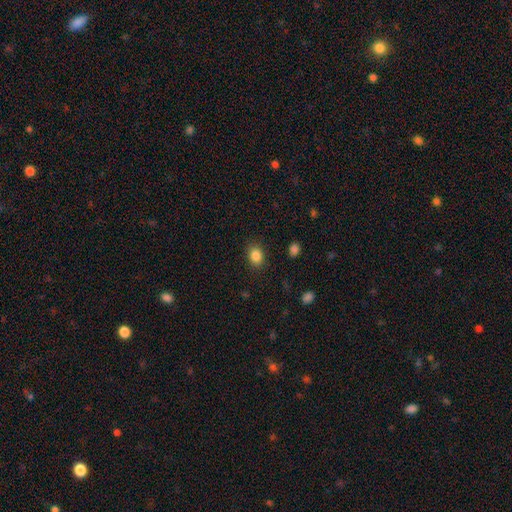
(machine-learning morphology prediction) Smooth or featured: smooth — 86% (star or artifact — 10%)
How rounded: in between — 63% (round — 36%)
Merging: none — 87% (minor disturbance — 9%)